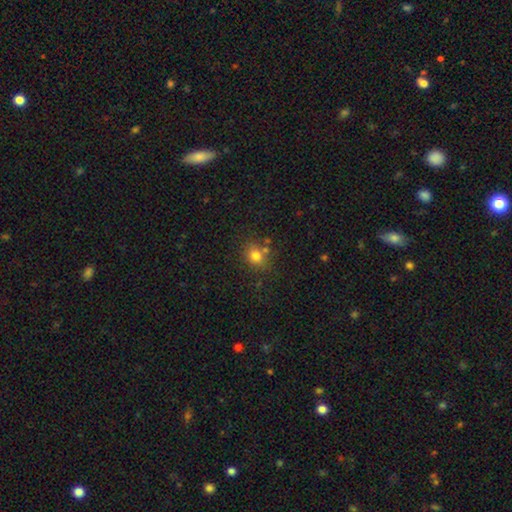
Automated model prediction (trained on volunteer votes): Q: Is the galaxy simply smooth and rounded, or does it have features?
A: smooth — 77%.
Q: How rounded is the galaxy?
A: round — 66%.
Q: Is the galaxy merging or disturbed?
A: none — 70%.